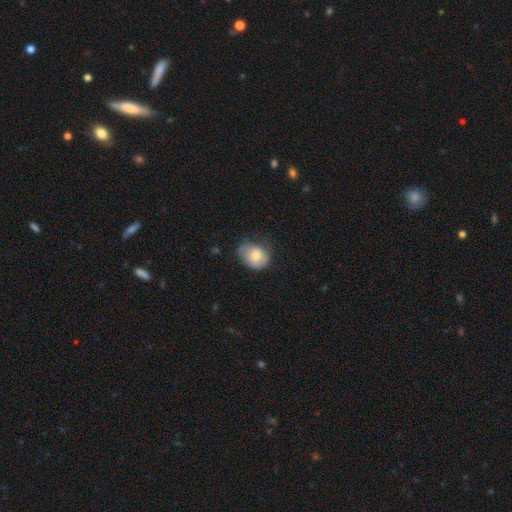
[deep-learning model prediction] Morphology: type=smooth (73%); roundness=in between (60%); merging=none (47%).